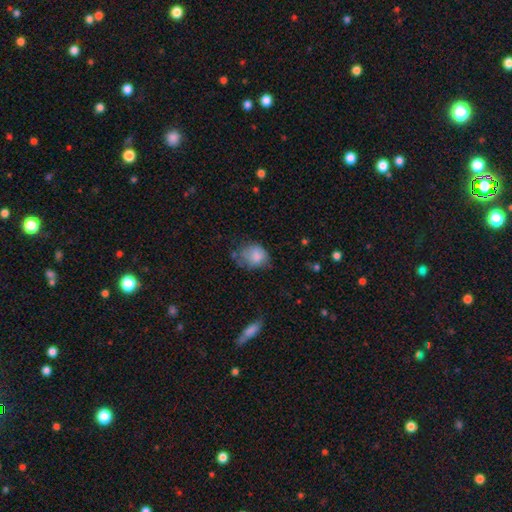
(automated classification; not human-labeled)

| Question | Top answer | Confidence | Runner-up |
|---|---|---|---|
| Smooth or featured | smooth | 76% | featured or disk (15%) |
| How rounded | in between | 51% | round (48%) |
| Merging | none | 36% | tied: minor disturbance (36%) |